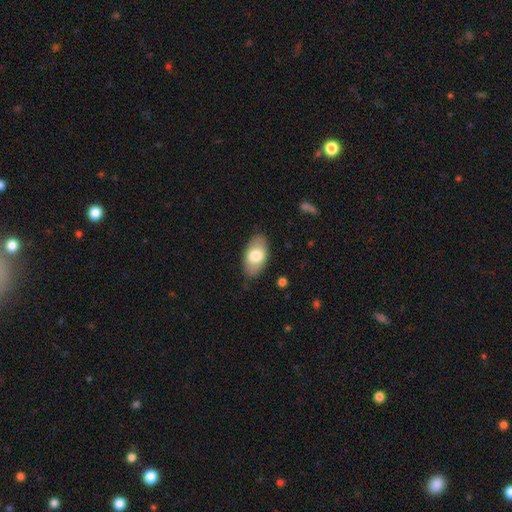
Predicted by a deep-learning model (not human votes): This is likely a smooth galaxy (74%). How rounded: clearly in between (94%). Merging: clearly none (83%).